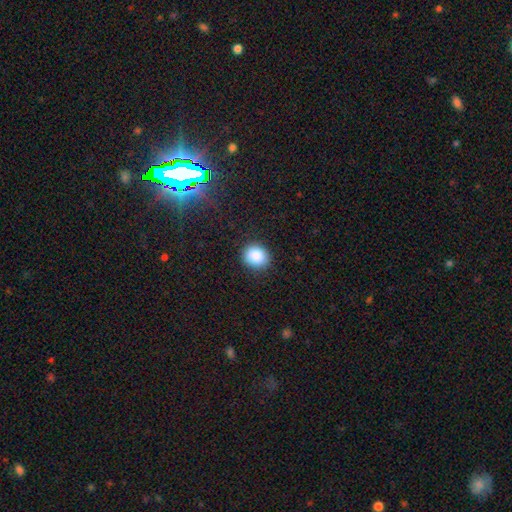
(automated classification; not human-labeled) A smooth galaxy with no disk features (88%) that is round (80%). Merging: none (89%).